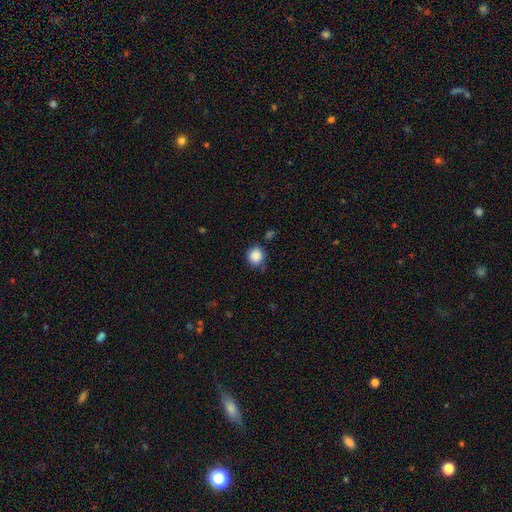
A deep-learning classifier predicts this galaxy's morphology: Smooth or featured?
  - smooth: 88% *
  - star or artifact: 9%
  - featured or disk: 3%
How rounded?
  - round: 89% *
  - in between: 10%
  - cigar-shaped: 1%
Merging?
  - none: 79% *
  - minor disturbance: 14%
  - major disturbance: 3%
  - merger: 3%